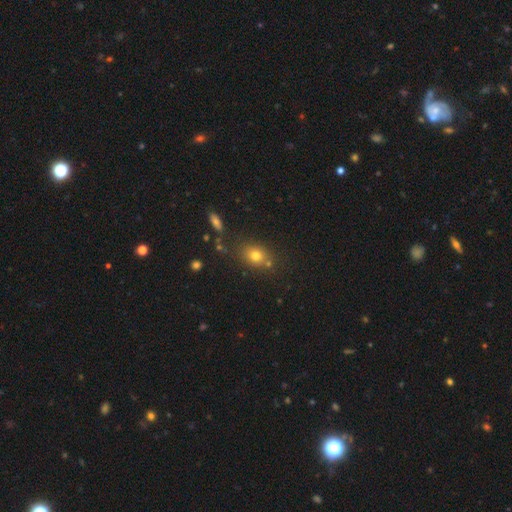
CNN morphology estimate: smooth-or-featured: smooth: 73% | star or artifact: 16% | featured or disk: 11%
  how-rounded: in between: 50% | round: 49% | cigar-shaped: 2%
  merging: none: 73% | minor disturbance: 13% | merger: 10% | major disturbance: 4%